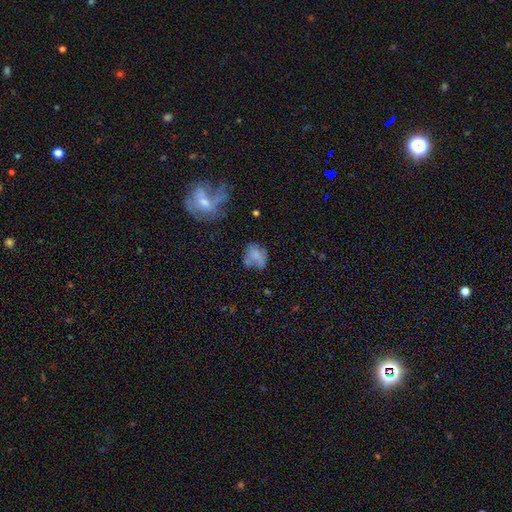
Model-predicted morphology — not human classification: smooth-or-featured: smooth: 60% | featured or disk: 27% | star or artifact: 12%
  how-rounded: in between: 58% | round: 40% | cigar-shaped: 2%
  merging: none: 44% | minor disturbance: 27% | major disturbance: 21% | merger: 8%